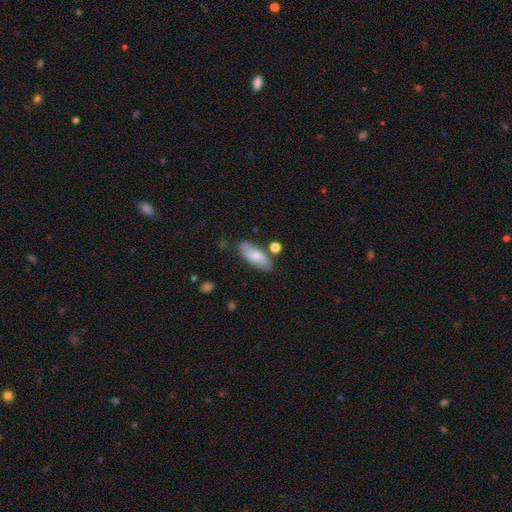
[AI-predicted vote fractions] Overall: smooth (70%). How rounded: in between (81%). Merging: none (77%).